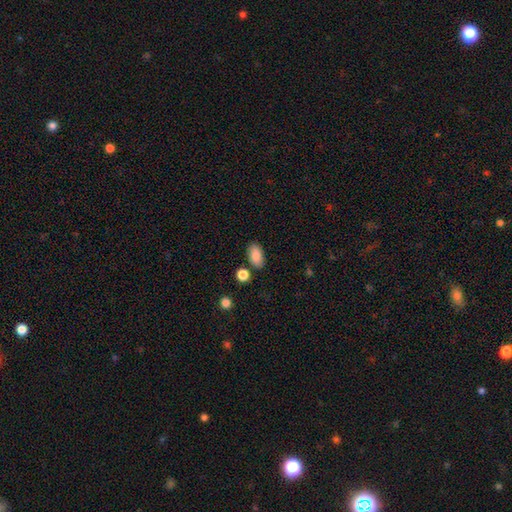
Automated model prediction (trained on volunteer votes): Smooth or featured? smooth (87%)
How rounded? in between (91%)
Merging? none (81%)